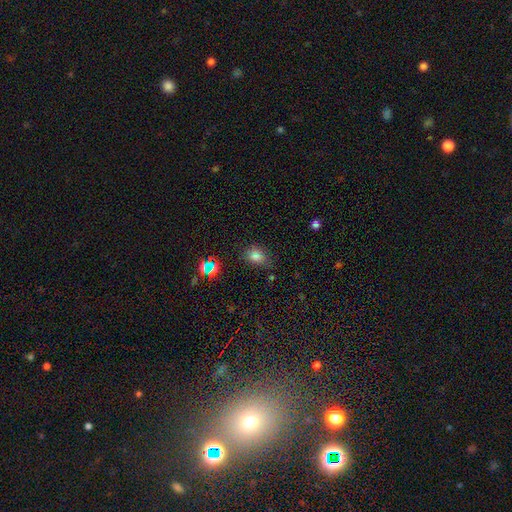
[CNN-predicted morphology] A smooth galaxy with no disk features (64%) that is in between round and cigar-shaped (71%). Merging: none (72%).